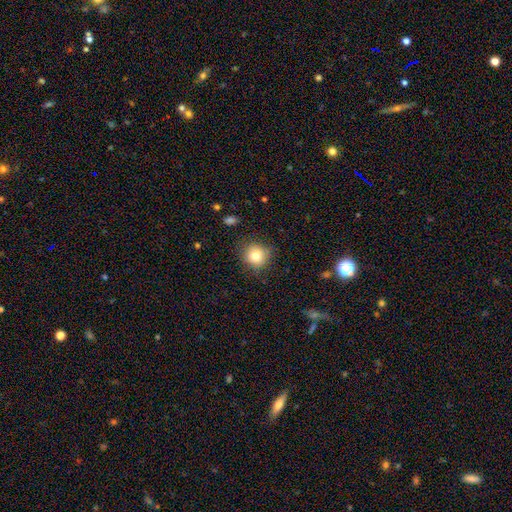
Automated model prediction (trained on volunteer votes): Overall: smooth (81%). How rounded: round (90%). Merging: none (84%).